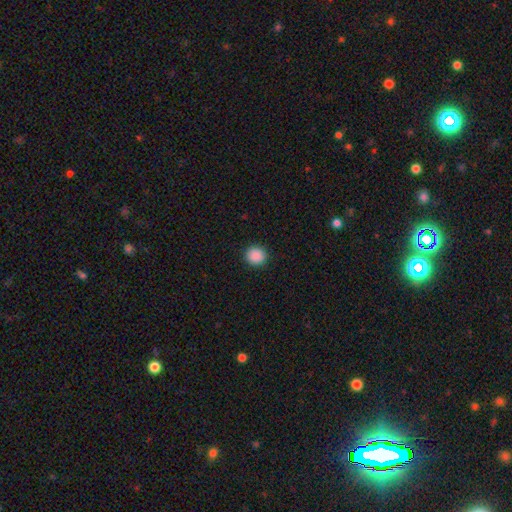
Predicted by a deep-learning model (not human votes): Smooth or featured: smooth — 89% (star or artifact — 9%)
How rounded: round — 91% (in between — 8%)
Merging: none — 92% (minor disturbance — 5%)